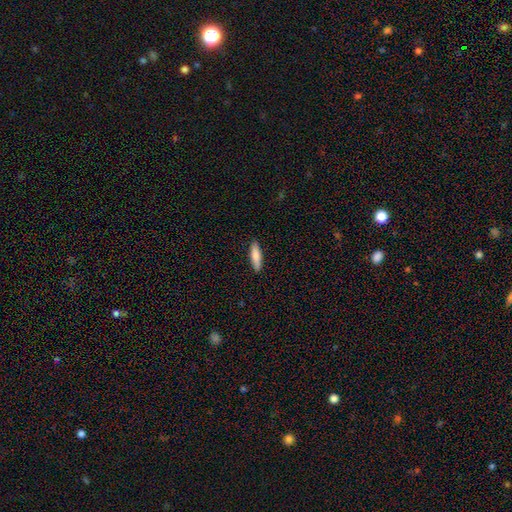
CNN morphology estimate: A smooth galaxy with no disk features (79%) that is cigar-shaped (70%).

Vote fractions:
- Smooth or featured? smooth: 79% / featured or disk: 15% / star or artifact: 6%
- How rounded? cigar-shaped: 70% / in between: 28% / round: 2%
- Merging? none: 90% / minor disturbance: 8% / major disturbance: 2% / merger: 1%